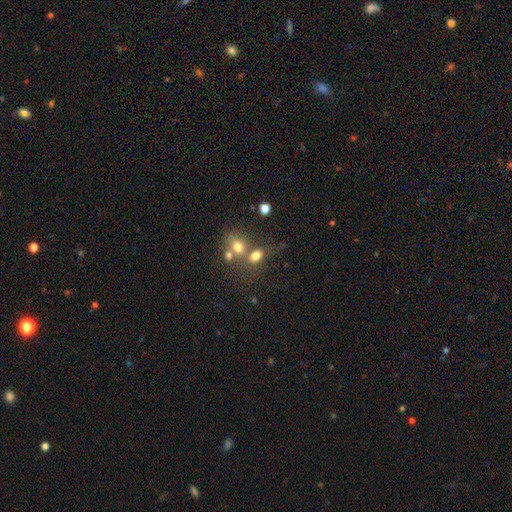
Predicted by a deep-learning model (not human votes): Smooth or featured? Predicted: smooth (p=0.72). How rounded? Predicted: in between (p=0.61). Merging? Predicted: merger (p=0.44).